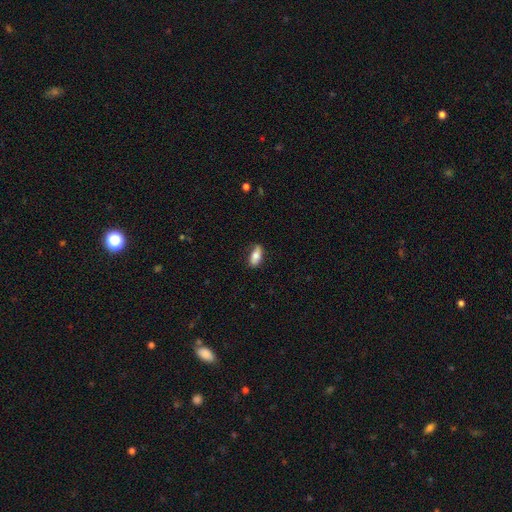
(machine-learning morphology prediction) Q: Smooth or featured?
A: smooth (75%); runner-up: featured or disk (19%)
Q: How rounded?
A: in between (82%); runner-up: cigar-shaped (15%)
Q: Merging?
A: none (75%); runner-up: minor disturbance (20%)